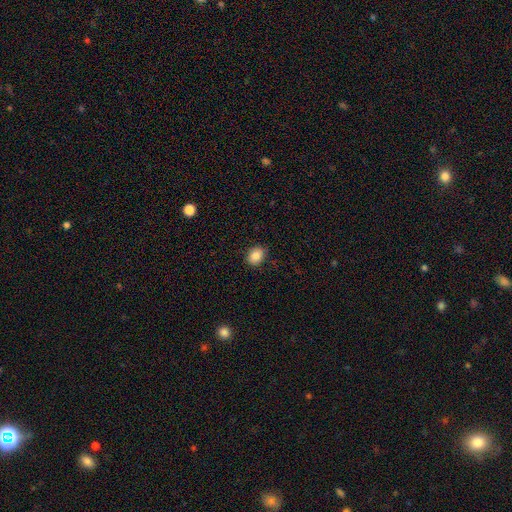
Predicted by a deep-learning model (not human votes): A smooth galaxy with no disk features (86%) that is in between round and cigar-shaped (61%).

Vote fractions:
- Smooth or featured? smooth: 86% / star or artifact: 9% / featured or disk: 6%
- How rounded? in between: 61% / round: 38% / cigar-shaped: 1%
- Merging? none: 87% / minor disturbance: 10% / major disturbance: 2% / merger: 1%